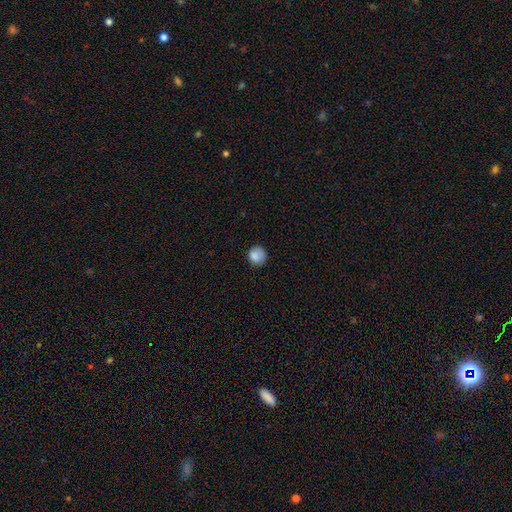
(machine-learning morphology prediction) smooth 85%, star or artifact 9%, featured or disk 6%. Down the decision tree: how rounded — round (88%); merging — none (78%).